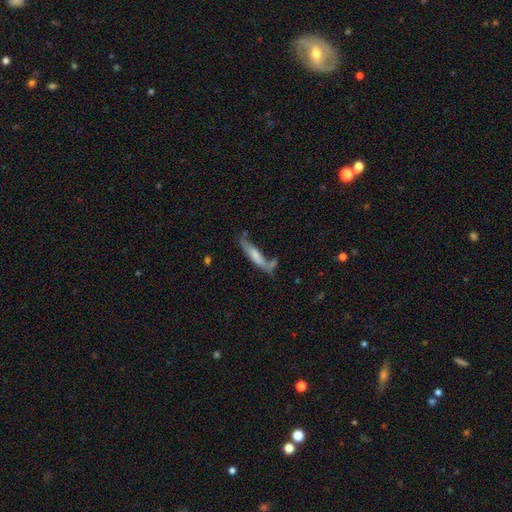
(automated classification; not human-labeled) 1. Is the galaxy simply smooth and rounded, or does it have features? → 56% smooth, 37% featured or disk, 8% star or artifact.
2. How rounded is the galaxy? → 83% cigar-shaped, 15% in between, 2% round.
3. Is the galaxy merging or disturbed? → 47% none, 22% minor disturbance, 19% merger, 12% major disturbance.